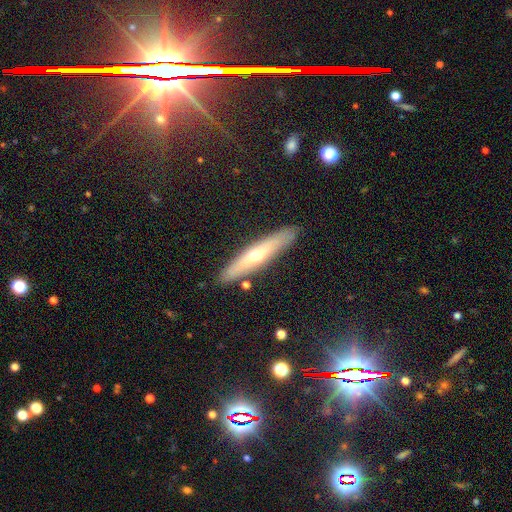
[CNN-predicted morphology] Smooth or featured?
  - featured or disk: 51% *
  - smooth: 43%
  - star or artifact: 6%
Edge-on disk?
  - yes: 83% *
  - no: 17%
Merging?
  - none: 87% *
  - minor disturbance: 9%
  - merger: 2%
  - major disturbance: 2%